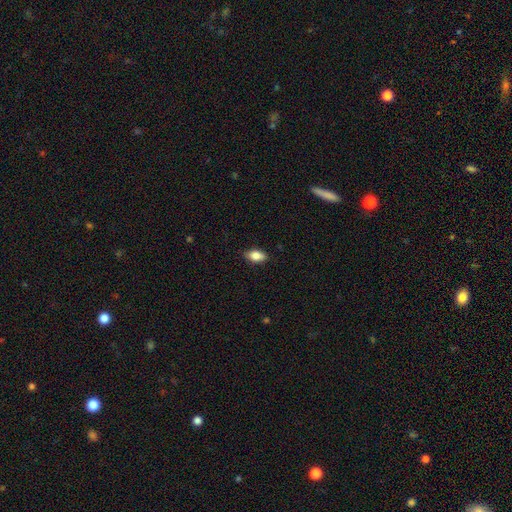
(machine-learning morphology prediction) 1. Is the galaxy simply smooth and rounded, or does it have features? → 79% smooth, 13% featured or disk, 8% star or artifact.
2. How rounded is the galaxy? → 88% in between, 6% cigar-shaped, 6% round.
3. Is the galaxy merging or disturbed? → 85% none, 12% minor disturbance, 2% major disturbance, 1% merger.